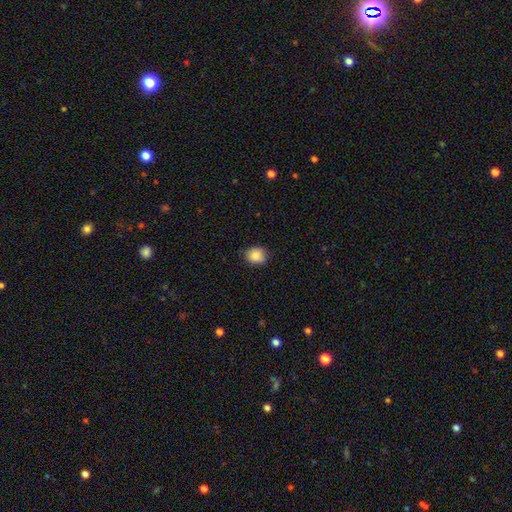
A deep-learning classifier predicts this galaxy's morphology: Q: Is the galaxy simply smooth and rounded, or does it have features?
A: smooth — 86%.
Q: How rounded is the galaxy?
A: round — 70%.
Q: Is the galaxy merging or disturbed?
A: none — 83%.